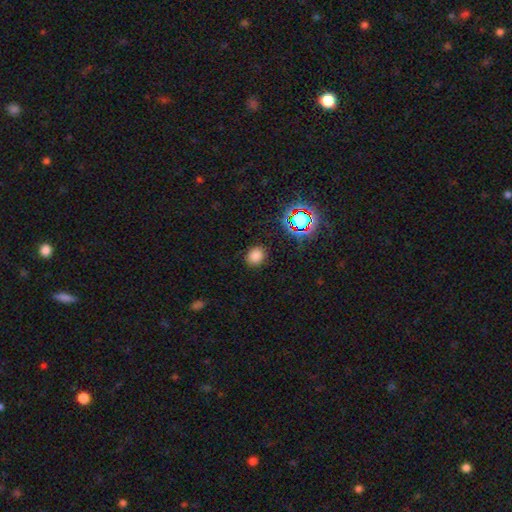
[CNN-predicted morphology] The model was most divided on "how rounded": round: 66%, in between: 33%, cigar-shaped: 1%. More confident: merging — none (86%); smooth or featured — smooth (76%).